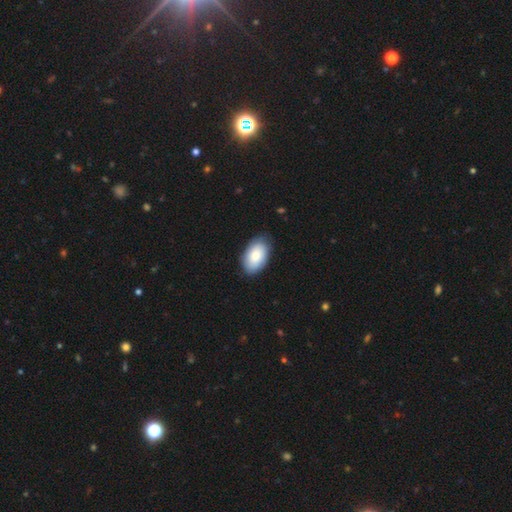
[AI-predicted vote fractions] A smooth galaxy with no disk features (83%) that is in between round and cigar-shaped (94%).

Vote fractions:
- Smooth or featured? smooth: 83% / featured or disk: 12% / star or artifact: 6%
- How rounded? in between: 94% / round: 5% / cigar-shaped: 1%
- Merging? none: 81% / minor disturbance: 15% / major disturbance: 3% / merger: 1%